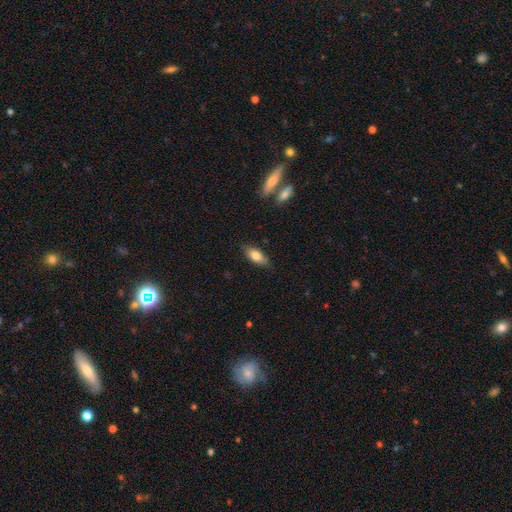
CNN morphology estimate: Q: Smooth or featured?
A: smooth (77%); runner-up: featured or disk (16%)
Q: How rounded?
A: in between (82%); runner-up: cigar-shaped (15%)
Q: Merging?
A: none (84%); runner-up: minor disturbance (12%)